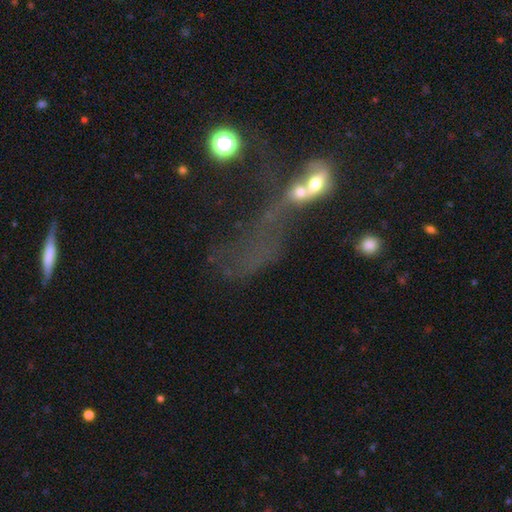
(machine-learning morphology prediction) smooth_or_featured: smooth (p=0.37) [alt: featured or disk p=0.35]
merging: merger (p=0.36) [alt: major disturbance p=0.35]